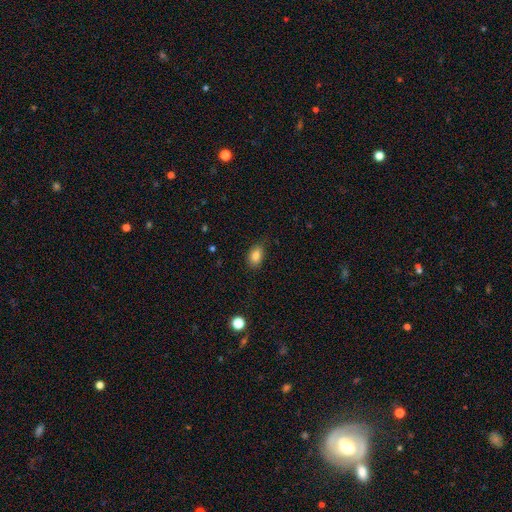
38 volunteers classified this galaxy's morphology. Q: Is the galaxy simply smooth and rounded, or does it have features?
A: smooth — 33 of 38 (87%).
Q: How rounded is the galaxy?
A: in between — 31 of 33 (94%).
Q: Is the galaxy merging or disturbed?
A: none — 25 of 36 (69%).